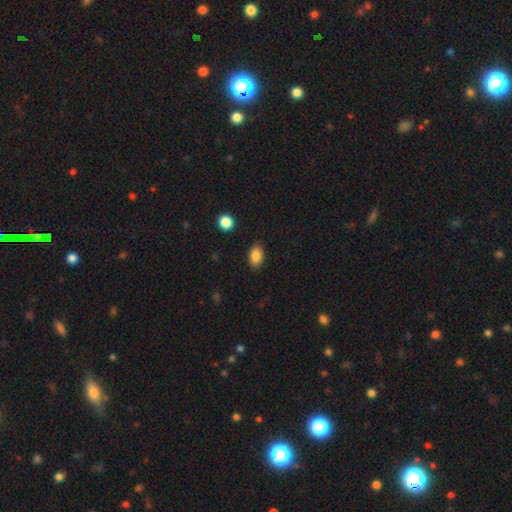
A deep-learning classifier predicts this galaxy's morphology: A smooth galaxy with no disk features (86%) that is in between round and cigar-shaped (89%).

Vote fractions:
- Smooth or featured? smooth: 86% / star or artifact: 8% / featured or disk: 6%
- How rounded? in between: 89% / round: 10% / cigar-shaped: 2%
- Merging? none: 87% / minor disturbance: 10% / major disturbance: 2% / merger: 1%